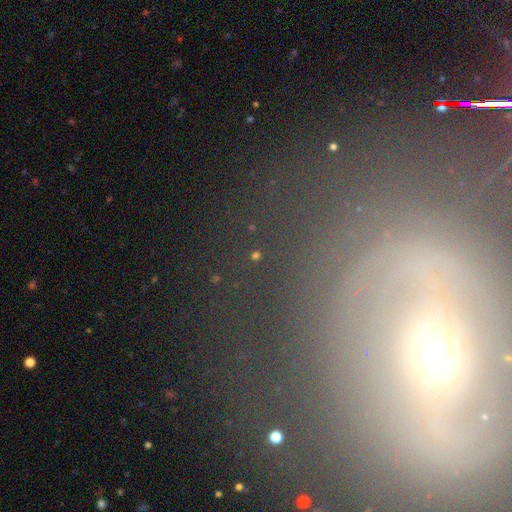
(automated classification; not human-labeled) A star or artifact, not a galaxy (54%).

Vote fractions:
- Smooth or featured? star or artifact: 54% / featured or disk: 23% / smooth: 23%